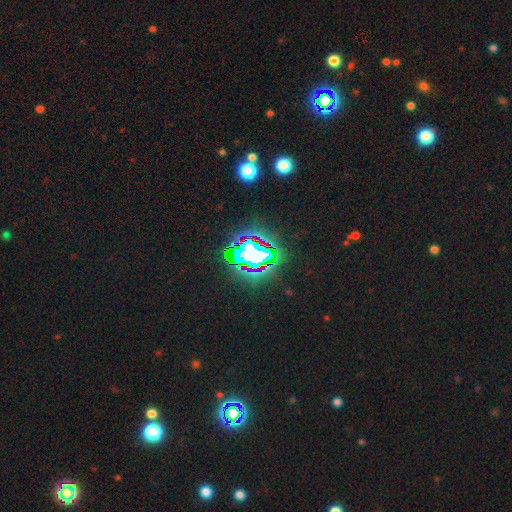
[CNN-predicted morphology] A star or artifact, not a galaxy (60%).